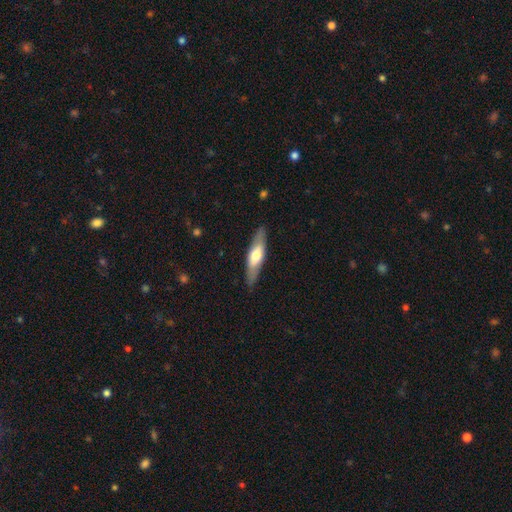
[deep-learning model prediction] The model was most divided on "smooth or featured": smooth: 51%, featured or disk: 44%, star or artifact: 5%. More confident: merging — none (86%); how rounded — cigar-shaped (62%).